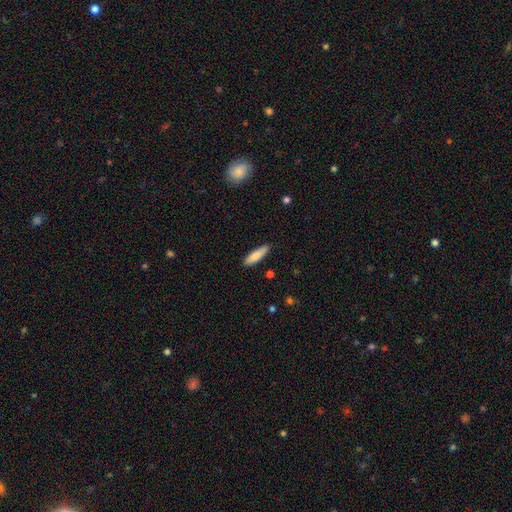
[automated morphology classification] A smooth galaxy with no disk features (82%) that is cigar-shaped (65%). Merging: none (86%).